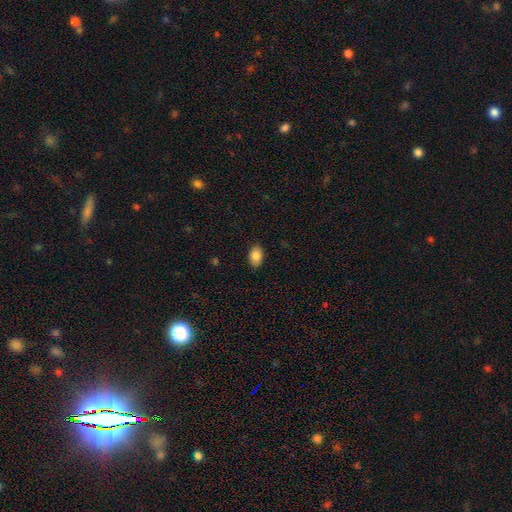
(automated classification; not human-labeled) smooth-or-featured: smooth: 83% | featured or disk: 9% | star or artifact: 8%
  how-rounded: in between: 88% | round: 11% | cigar-shaped: 2%
  merging: none: 87% | minor disturbance: 10% | major disturbance: 2% | merger: 1%